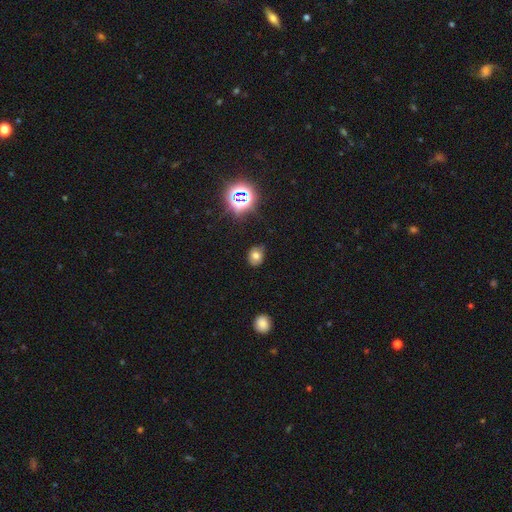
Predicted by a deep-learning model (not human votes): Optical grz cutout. It shows a smooth galaxy with no disk features (70%) that is in between round and cigar-shaped (58%). Merging: none (78%).